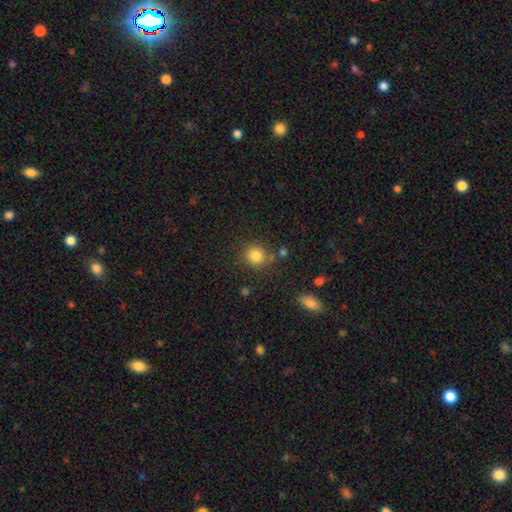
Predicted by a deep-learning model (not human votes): smooth-or-featured: smooth: 83% | star or artifact: 11% | featured or disk: 5%
  how-rounded: round: 88% | in between: 11% | cigar-shaped: 1%
  merging: none: 79% | minor disturbance: 11% | merger: 6% | major disturbance: 4%